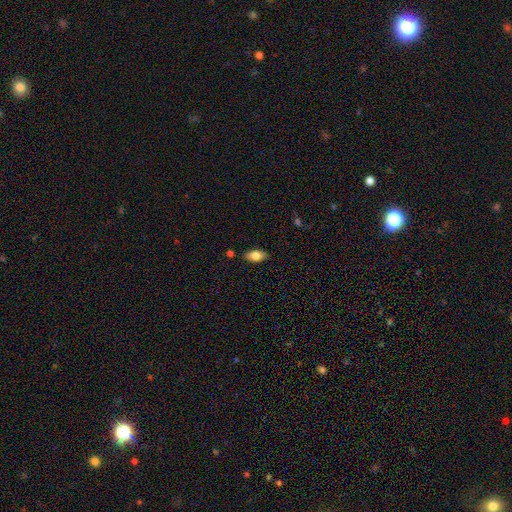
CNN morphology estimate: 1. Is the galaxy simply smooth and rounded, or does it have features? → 76% smooth, 16% featured or disk, 7% star or artifact.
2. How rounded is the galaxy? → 90% in between, 6% cigar-shaped, 4% round.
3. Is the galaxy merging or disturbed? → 85% none, 10% minor disturbance, 2% merger, 2% major disturbance.